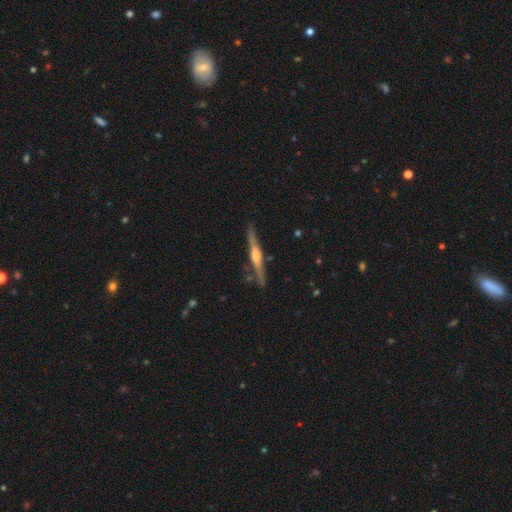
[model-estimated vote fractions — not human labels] Smooth or featured? Predicted: featured or disk (p=0.76). Edge-on disk? Predicted: yes (p=0.98). Edge-on bulge? Predicted: rounded (p=0.75). Merging? Predicted: none (p=0.86).